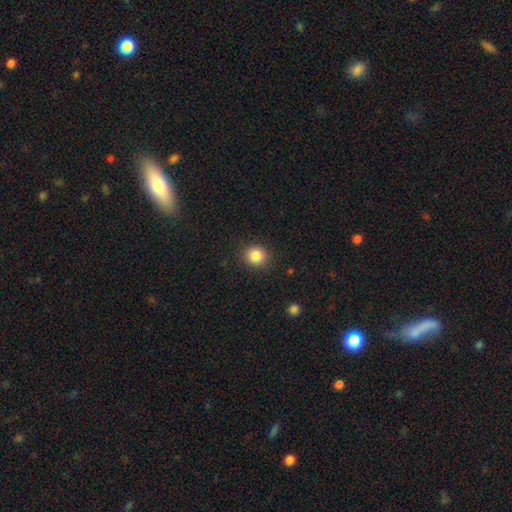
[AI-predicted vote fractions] Overall: smooth (85%). How rounded: round (85%). Merging: none (89%).